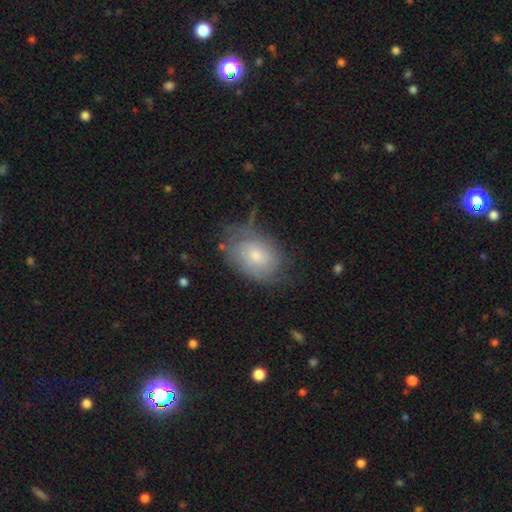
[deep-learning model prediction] Morphology: type=smooth (59%); roundness=in between (79%); merging=none (54%).